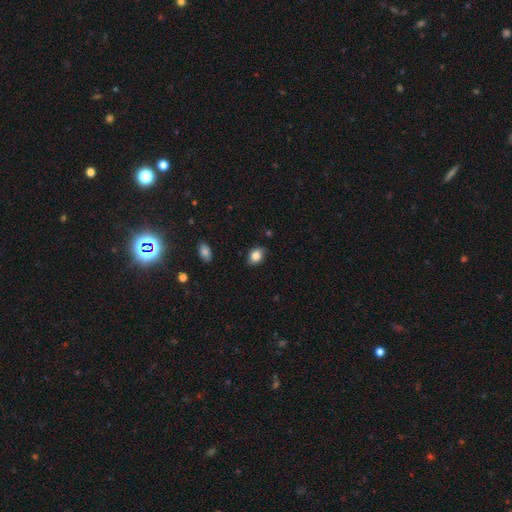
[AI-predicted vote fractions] smooth_or_featured: smooth (p=0.84) [alt: star or artifact p=0.09]
how_rounded: in between (p=0.69) [alt: round p=0.29]
merging: none (p=0.82) [alt: minor disturbance p=0.14]